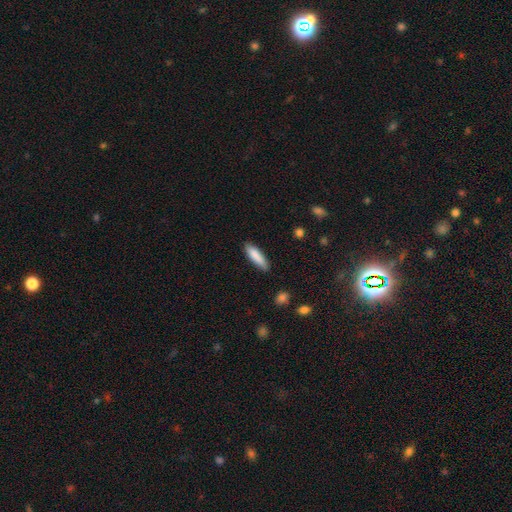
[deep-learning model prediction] Smooth or featured? Predicted: smooth (p=0.86). How rounded? Predicted: cigar-shaped (p=0.63). Merging? Predicted: none (p=0.83).